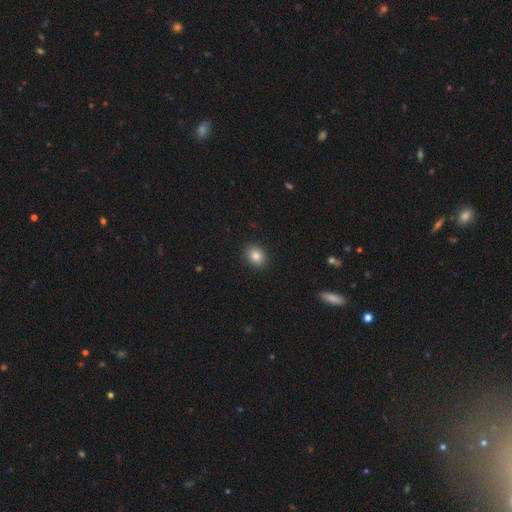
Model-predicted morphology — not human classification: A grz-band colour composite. It shows a smooth galaxy with no disk features (84%) that is round (52%). Merging: none (90%).